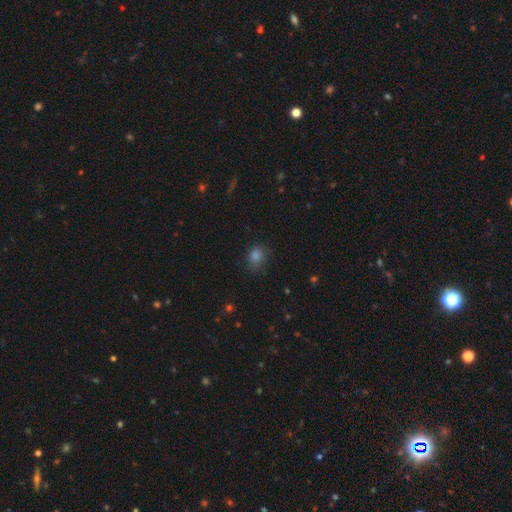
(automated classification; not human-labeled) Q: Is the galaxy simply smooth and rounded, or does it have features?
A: smooth — 78%.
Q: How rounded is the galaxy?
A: round — 65%.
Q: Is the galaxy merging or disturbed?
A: none — 75%.